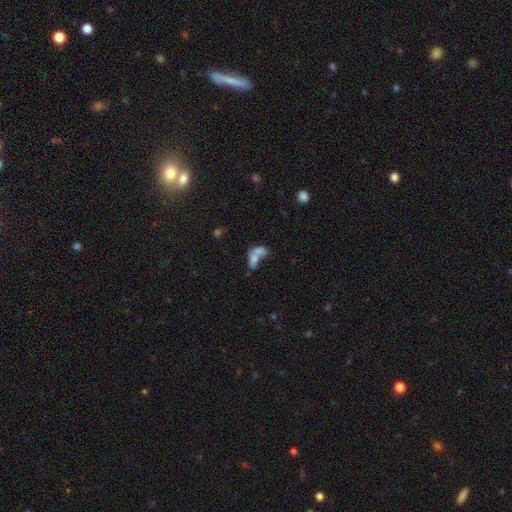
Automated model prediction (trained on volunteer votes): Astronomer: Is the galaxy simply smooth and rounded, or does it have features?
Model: smooth — 69%.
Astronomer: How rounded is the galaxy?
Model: in between — 81%.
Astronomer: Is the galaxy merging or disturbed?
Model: merger — 69%.